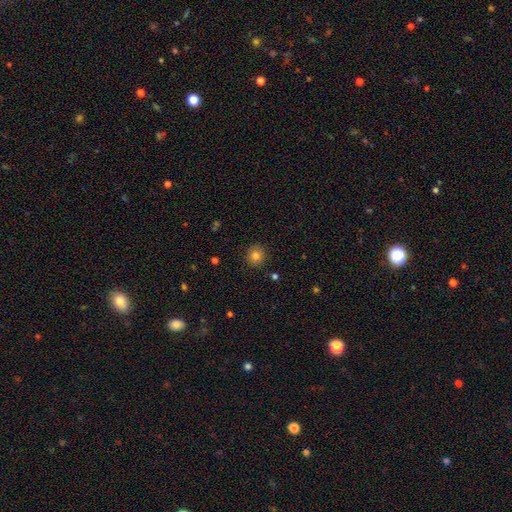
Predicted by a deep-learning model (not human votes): Smooth or featured?
  - smooth: 82% *
  - star or artifact: 11%
  - featured or disk: 7%
How rounded?
  - round: 89% *
  - in between: 10%
  - cigar-shaped: 1%
Merging?
  - none: 90% *
  - minor disturbance: 7%
  - major disturbance: 2%
  - merger: 1%